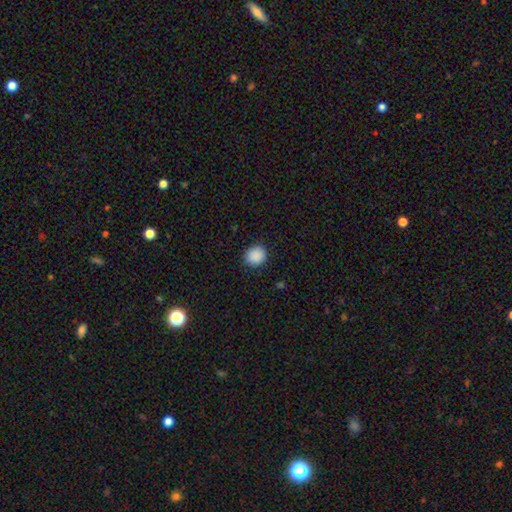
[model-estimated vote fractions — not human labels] A smooth galaxy with no disk features (90%) that is round (84%).

Vote fractions:
- Smooth or featured? smooth: 90% / star or artifact: 8% / featured or disk: 2%
- How rounded? round: 84% / in between: 15% / cigar-shaped: 1%
- Merging? none: 89% / minor disturbance: 8% / major disturbance: 2% / merger: 1%